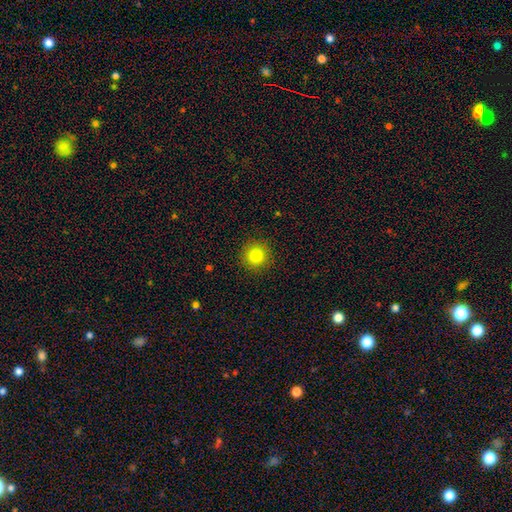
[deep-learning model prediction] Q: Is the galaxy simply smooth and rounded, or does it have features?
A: smooth — 82%.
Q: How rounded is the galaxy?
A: round — 95%.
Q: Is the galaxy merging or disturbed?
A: none — 91%.